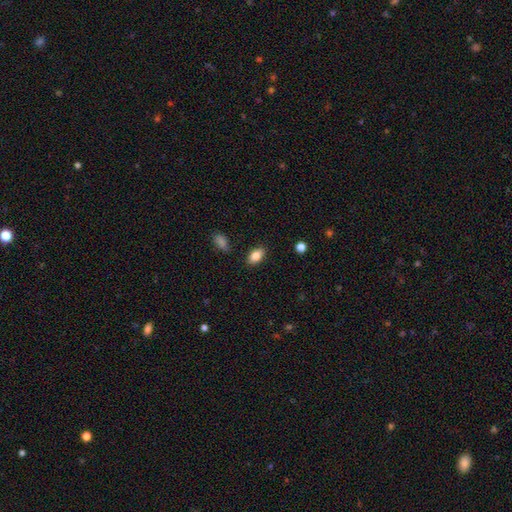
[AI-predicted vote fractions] Overall: smooth (85%). How rounded: in between (90%). Merging: none (86%).